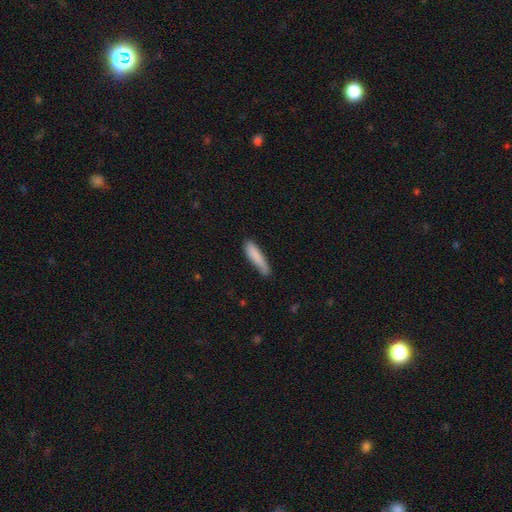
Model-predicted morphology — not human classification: Smooth or featured: smooth — 85% (featured or disk — 9%)
How rounded: cigar-shaped — 80% (in between — 18%)
Merging: none — 69% (minor disturbance — 24%)